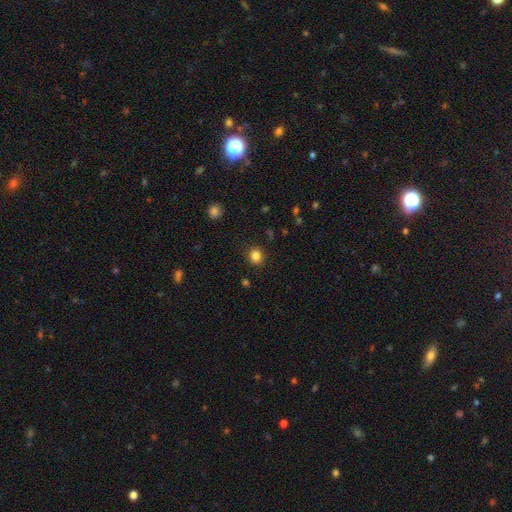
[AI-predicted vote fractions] Smooth or featured? smooth (84%)
How rounded? round (80%)
Merging? none (87%)